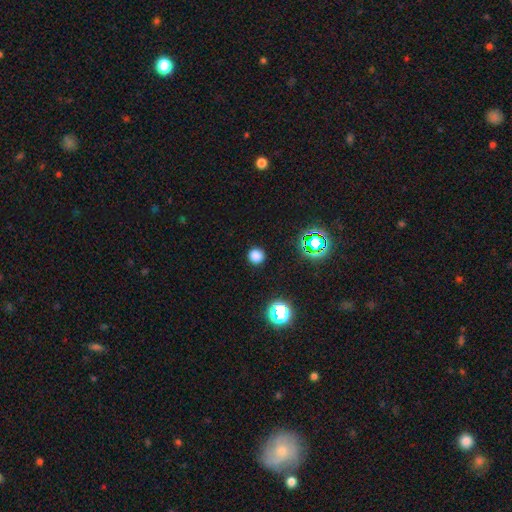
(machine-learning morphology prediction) Smooth or featured? Predicted: smooth (p=0.77). How rounded? Predicted: round (p=0.94). Merging? Predicted: none (p=0.90).